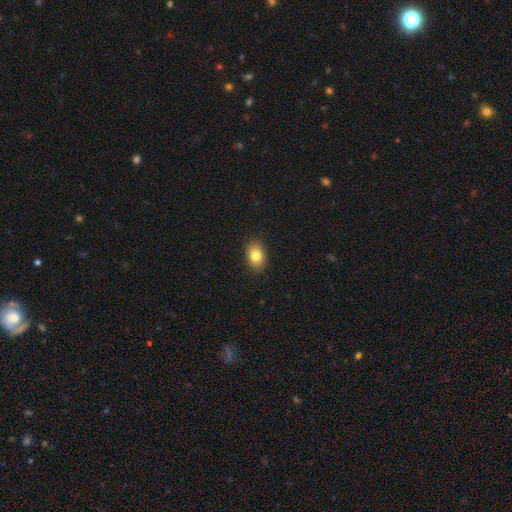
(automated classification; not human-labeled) smooth-or-featured: smooth: 81% | featured or disk: 10% | star or artifact: 9%
  how-rounded: in between: 79% | round: 20% | cigar-shaped: 1%
  merging: none: 89% | minor disturbance: 8% | major disturbance: 2% | merger: 1%